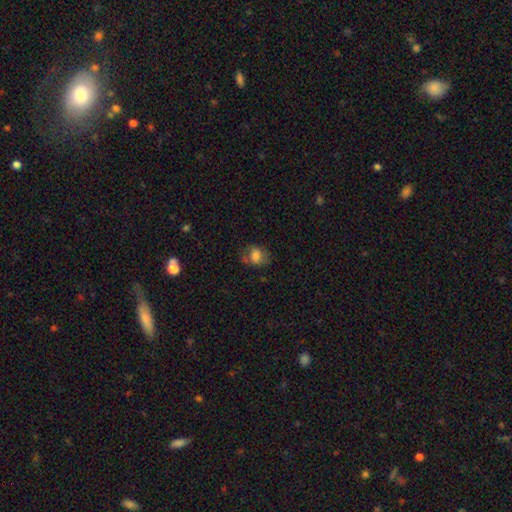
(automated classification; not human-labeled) A smooth galaxy with no disk features (71%) that is in between round and cigar-shaped (56%).

Vote fractions:
- Smooth or featured? smooth: 71% / featured or disk: 18% / star or artifact: 11%
- How rounded? in between: 56% / round: 43% / cigar-shaped: 1%
- Merging? none: 58% / minor disturbance: 25% / major disturbance: 14% / merger: 3%